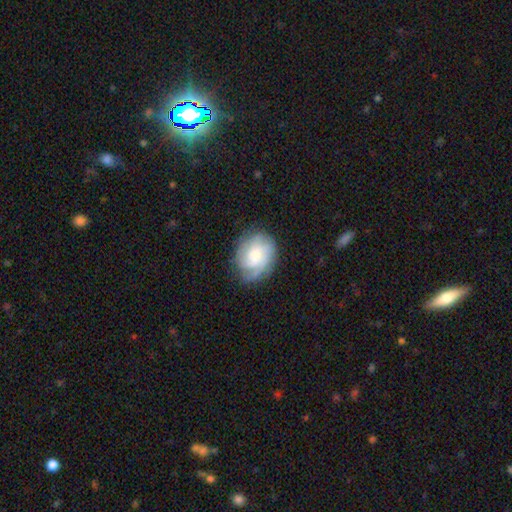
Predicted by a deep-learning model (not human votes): A featured or disk galaxy (70%) with no bar (69%), tight (53%) spiral arms (93%) and a moderate central bulge (43%).

Vote fractions:
- Smooth or featured? featured or disk: 70% / smooth: 23% / star or artifact: 7%
- Edge-on disk? no: 98% / yes: 2%
- Bar? no: 69% / weak: 27% / strong: 4%
- Spiral arms? yes: 93% / no: 7%
- Spiral winding? tight: 53% / medium: 36% / loose: 12%
- Spiral arm count? can't tell: 31% / 3: 28% / 2: 19% / 4: 9% / 1: 8% / more than 4: 5%
- Bulge size? moderate: 43% / small: 42% / large: 9% / none: 4% / dominant: 2%
- Merging? none: 71% / minor disturbance: 19% / major disturbance: 8% / merger: 1%